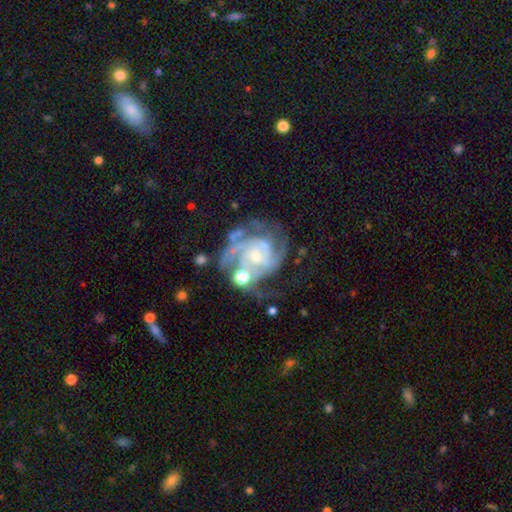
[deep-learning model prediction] This appears to be a featured or disk galaxy (85%) with no bar (66%), 3 (28%) tight (49%) spiral arms (93%) and a small central bulge (60%). Merging: none (42%).